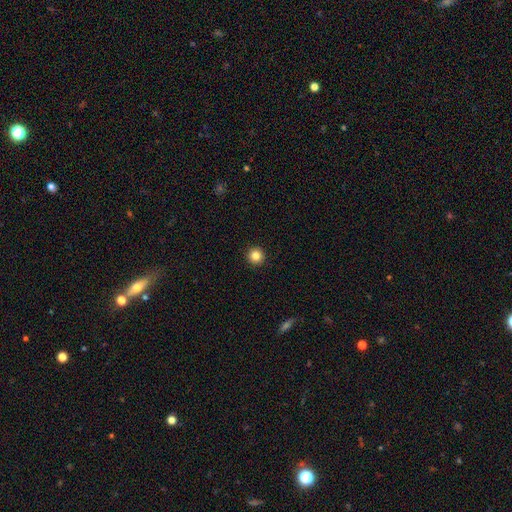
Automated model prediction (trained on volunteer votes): Smooth or featured? Predicted: smooth (p=0.84). How rounded? Predicted: round (p=0.96). Merging? Predicted: none (p=0.94).